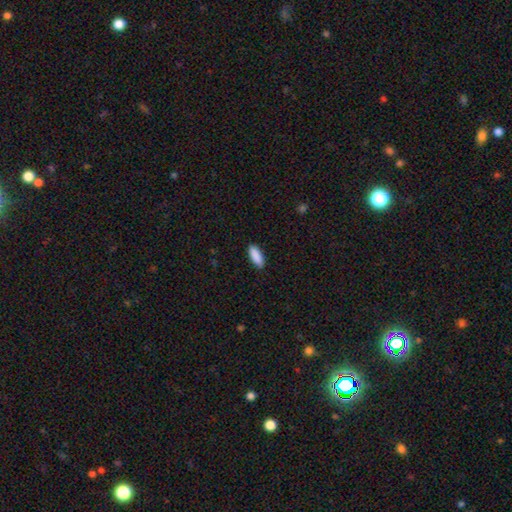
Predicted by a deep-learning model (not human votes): A smooth galaxy with no disk features (91%) that is in between round and cigar-shaped (75%).

Vote fractions:
- Smooth or featured? smooth: 91% / star or artifact: 6% / featured or disk: 4%
- How rounded? in between: 75% / cigar-shaped: 23% / round: 2%
- Merging? none: 89% / minor disturbance: 8% / major disturbance: 2% / merger: 1%